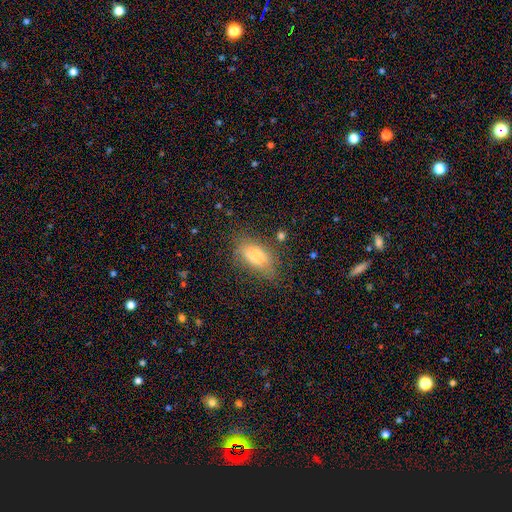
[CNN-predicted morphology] A smooth galaxy with no disk features (66%) that is in between round and cigar-shaped (85%). Merging: none (53%).